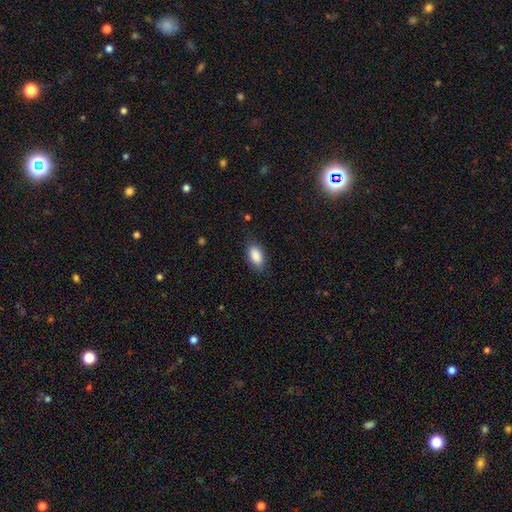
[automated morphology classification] This appears to be a smooth galaxy with no disk features (89%) that is in between round and cigar-shaped (92%). Merging: none (82%).